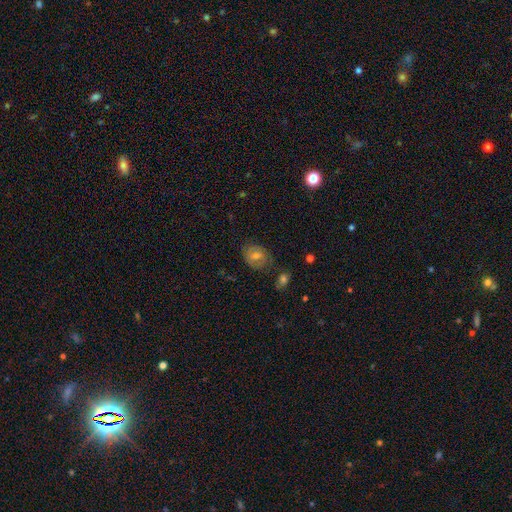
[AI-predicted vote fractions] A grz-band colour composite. It shows a smooth galaxy with no disk features (44%). Merging: none (76%).